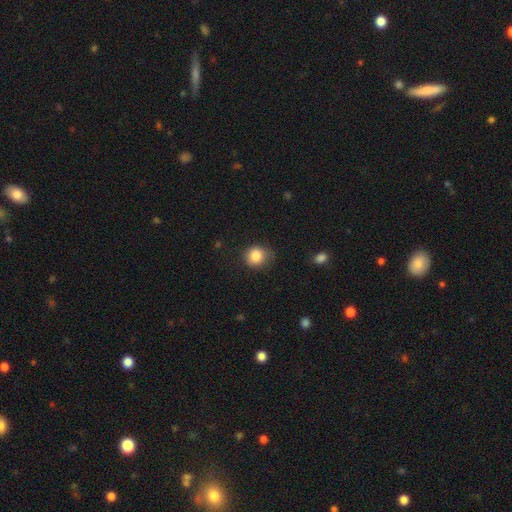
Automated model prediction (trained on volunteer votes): smooth_or_featured: smooth (p=0.85) [alt: star or artifact p=0.10]
how_rounded: round (p=0.85) [alt: in between p=0.14]
merging: none (p=0.71) [alt: minor disturbance p=0.22]